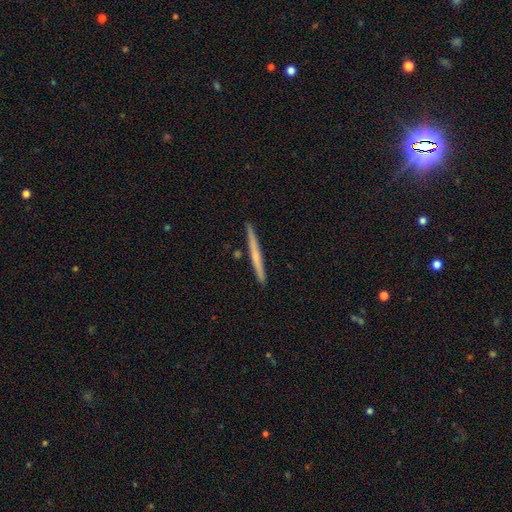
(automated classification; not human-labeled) Smooth or featured: featured or disk — 48% (smooth — 47%)
Merging: none — 91% (minor disturbance — 6%)